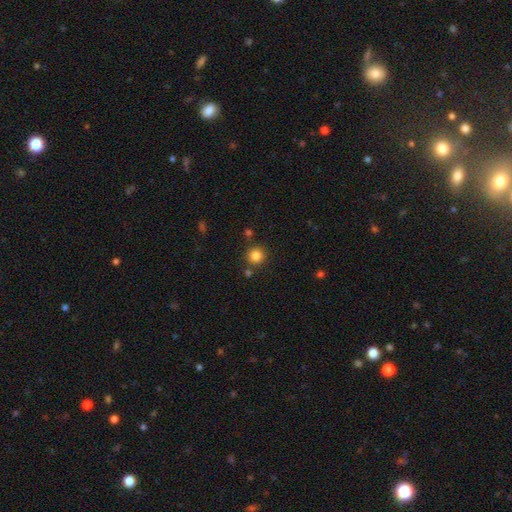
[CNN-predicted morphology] The model was most divided on "smooth or featured": smooth: 84%, star or artifact: 12%, featured or disk: 5%. More confident: how rounded — round (93%); merging — none (82%).